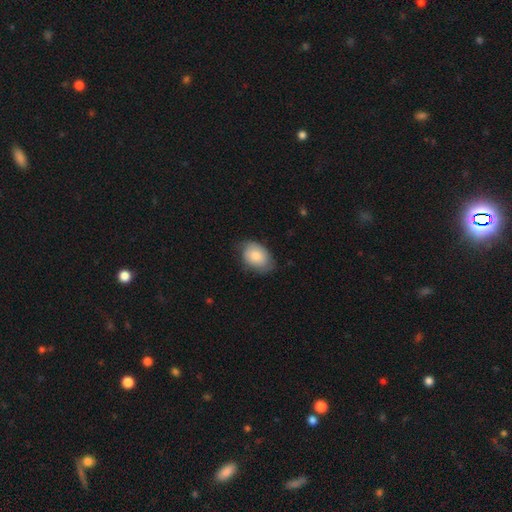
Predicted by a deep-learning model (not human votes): Smooth or featured? Predicted: smooth (p=0.78). How rounded? Predicted: in between (p=0.81). Merging? Predicted: none (p=0.67).